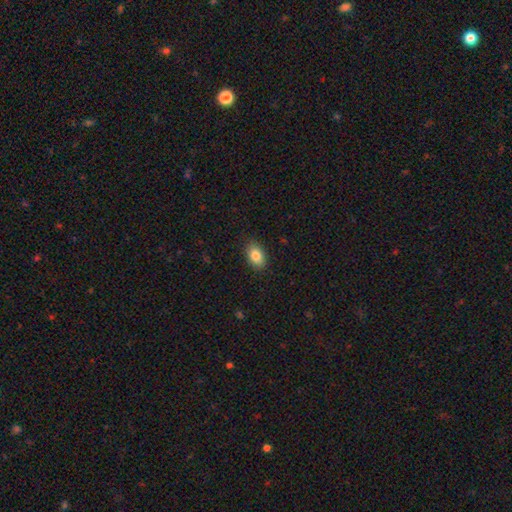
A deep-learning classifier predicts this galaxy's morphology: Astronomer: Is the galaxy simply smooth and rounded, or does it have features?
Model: smooth — 85%.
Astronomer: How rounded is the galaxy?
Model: in between — 87%.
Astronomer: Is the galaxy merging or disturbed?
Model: none — 87%.